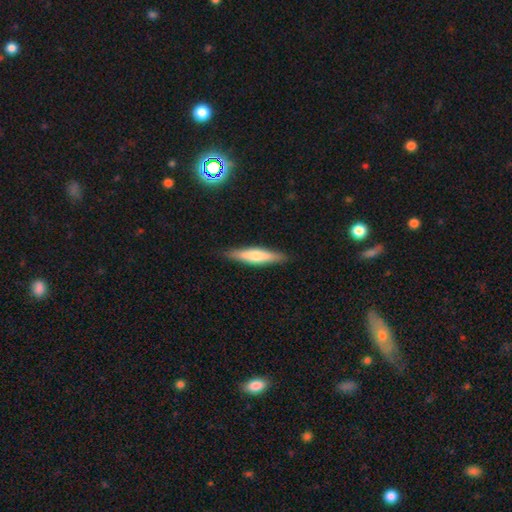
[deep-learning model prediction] A smooth galaxy with no disk features (60%) that is cigar-shaped (83%).

Vote fractions:
- Smooth or featured? smooth: 60% / featured or disk: 35% / star or artifact: 5%
- How rounded? cigar-shaped: 83% / in between: 15% / round: 2%
- Merging? none: 88% / minor disturbance: 9% / major disturbance: 2% / merger: 1%